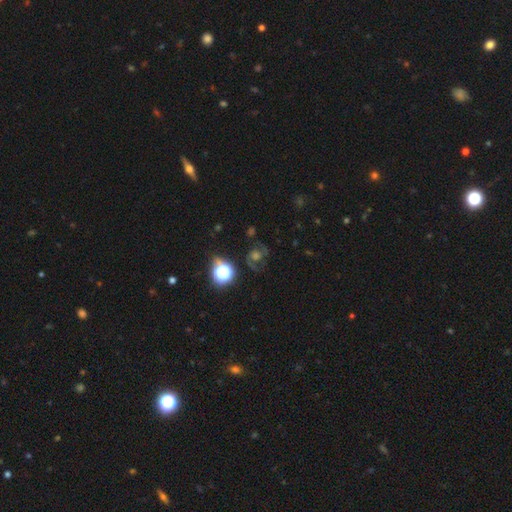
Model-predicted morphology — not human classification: The model was most divided on "bulge size": moderate: 45%, large: 25%, small: 17%, none: 7%, dominant: 6%. More confident: edge-on disk — no (97%); spiral arms — yes (88%); merging — none (73%); bar — no (65%); smooth or featured — featured or disk (52%).